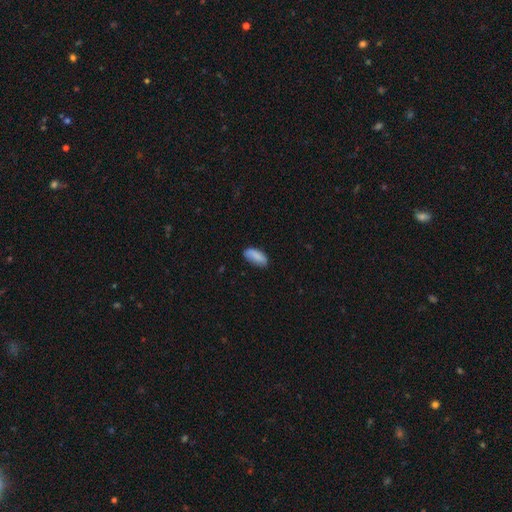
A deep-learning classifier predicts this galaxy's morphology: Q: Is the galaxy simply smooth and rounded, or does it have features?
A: smooth — 84%.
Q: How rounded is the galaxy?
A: in between — 86%.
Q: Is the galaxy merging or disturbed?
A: none — 73%.